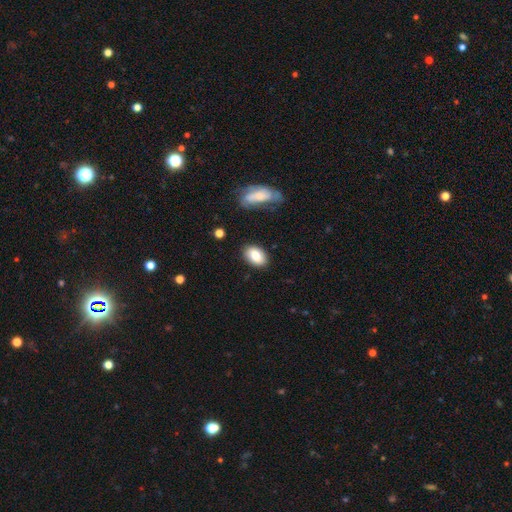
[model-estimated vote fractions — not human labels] Smooth or featured? smooth (82%)
How rounded? in between (88%)
Merging? none (85%)